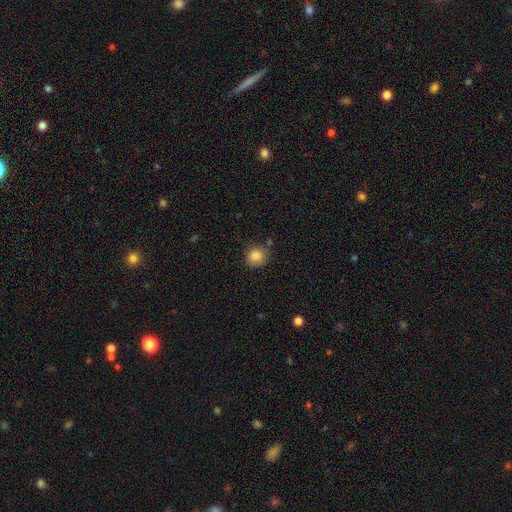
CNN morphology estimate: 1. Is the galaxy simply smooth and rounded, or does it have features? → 85% smooth, 10% star or artifact, 5% featured or disk.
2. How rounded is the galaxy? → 88% round, 11% in between, 1% cigar-shaped.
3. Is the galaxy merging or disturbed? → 78% none, 14% minor disturbance, 5% merger, 3% major disturbance.